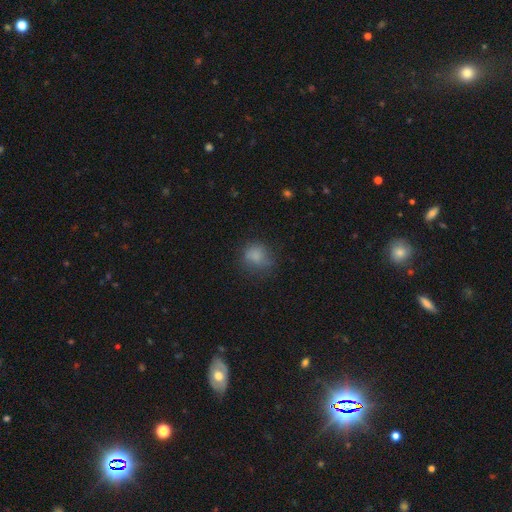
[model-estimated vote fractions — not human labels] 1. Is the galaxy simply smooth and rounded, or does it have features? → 78% smooth, 12% star or artifact, 10% featured or disk.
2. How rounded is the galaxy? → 68% round, 31% in between, 1% cigar-shaped.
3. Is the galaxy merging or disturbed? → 59% none, 26% minor disturbance, 14% major disturbance, 2% merger.